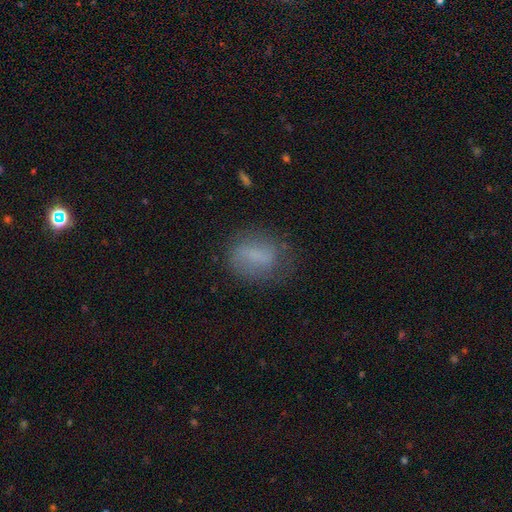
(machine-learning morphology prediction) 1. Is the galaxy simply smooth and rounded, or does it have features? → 60% smooth, 29% featured or disk, 11% star or artifact.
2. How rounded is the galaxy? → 68% in between, 28% round, 4% cigar-shaped.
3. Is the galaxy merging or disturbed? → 65% none, 23% minor disturbance, 11% major disturbance, 2% merger.